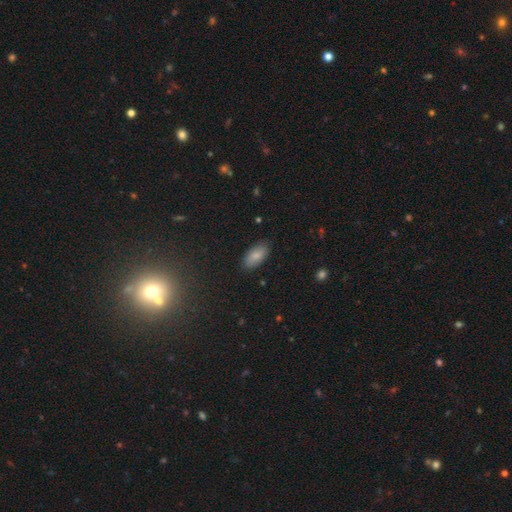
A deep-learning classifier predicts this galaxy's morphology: Smooth or featured?
  - smooth: 85% *
  - featured or disk: 8%
  - star or artifact: 7%
How rounded?
  - in between: 92% *
  - cigar-shaped: 6%
  - round: 2%
Merging?
  - none: 86% *
  - minor disturbance: 10%
  - major disturbance: 2%
  - merger: 1%